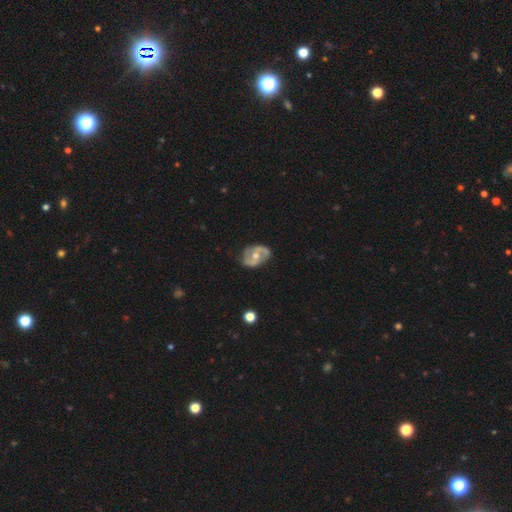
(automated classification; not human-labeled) This appears to be a featured or disk galaxy (86%) with no bar (47%), 2 (91%) medium (52%) spiral arms (94%) and a moderate central bulge (68%). Merging: none (77%).